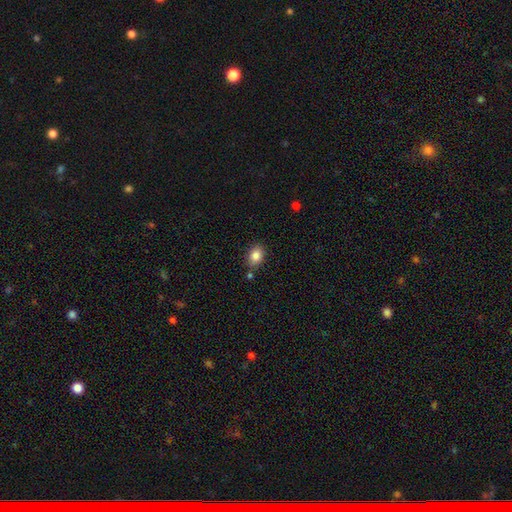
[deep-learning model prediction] A smooth galaxy with no disk features (84%) that is in between round and cigar-shaped (70%). Merging: none (78%).